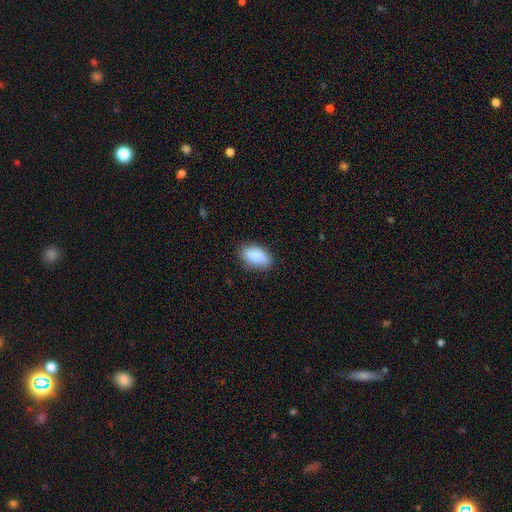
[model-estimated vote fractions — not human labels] smooth-or-featured: smooth: 89% | star or artifact: 6% | featured or disk: 5%
  how-rounded: in between: 93% | round: 5% | cigar-shaped: 2%
  merging: none: 82% | minor disturbance: 14% | major disturbance: 3% | merger: 1%